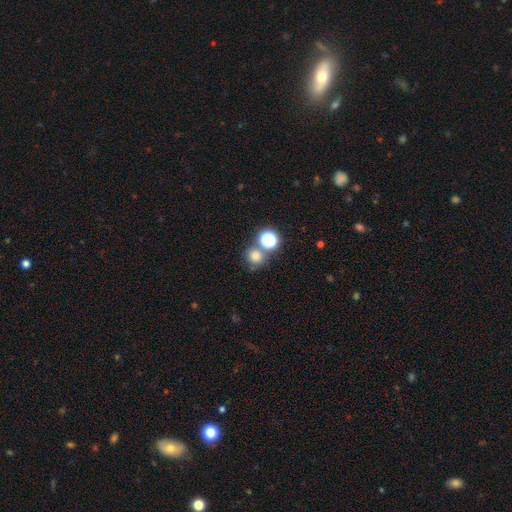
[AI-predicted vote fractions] A smooth galaxy with no disk features (72%) that is round (87%). Merging: none (63%).